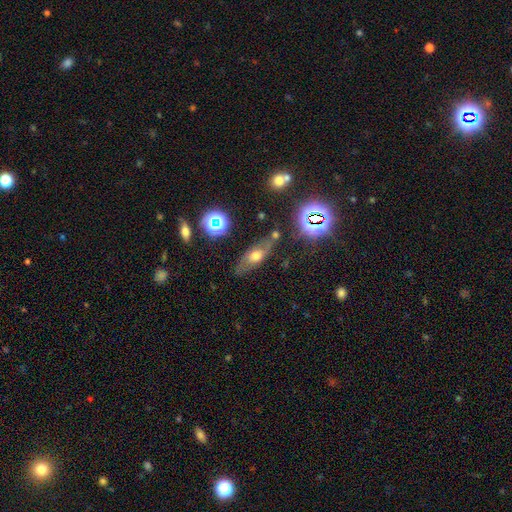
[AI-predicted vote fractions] Smooth or featured? smooth (46%)
Merging? none (70%)